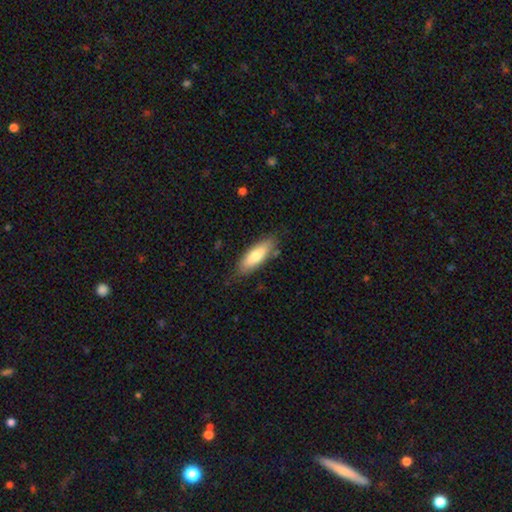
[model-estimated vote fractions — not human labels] smooth_or_featured: smooth (p=0.73) [alt: featured or disk p=0.21]
how_rounded: in between (p=0.63) [alt: cigar-shaped p=0.35]
merging: none (p=0.80) [alt: minor disturbance p=0.15]